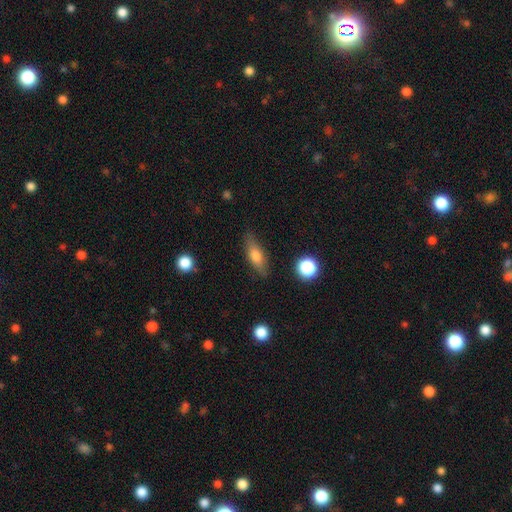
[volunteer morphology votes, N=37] featured or disk 49%, smooth 46%, star or artifact 5%. Down the decision tree: edge-on disk — yes (72%); edge-on bulge — rounded (92%); merging — none (91%).